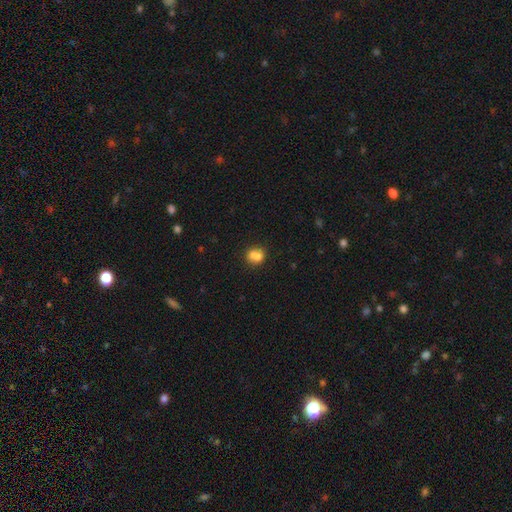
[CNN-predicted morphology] This appears to be a smooth galaxy with no disk features (71%) that is round (74%). Merging: merger (54%).